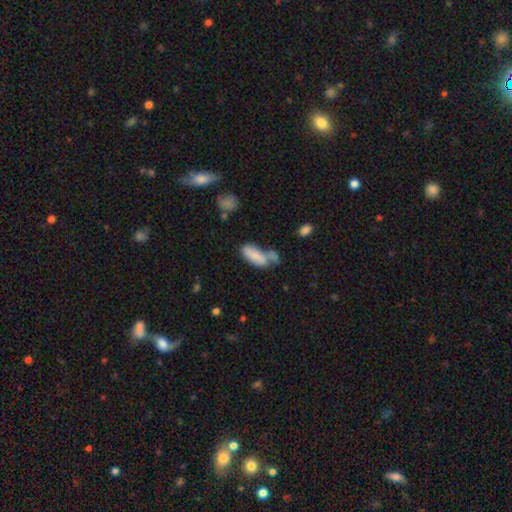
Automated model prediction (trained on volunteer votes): Smooth or featured: smooth — 77% (featured or disk — 15%)
How rounded: in between — 76% (cigar-shaped — 22%)
Merging: merger — 38% (none — 30%)